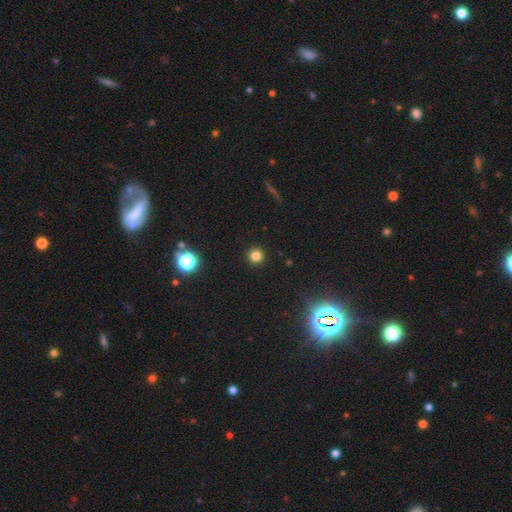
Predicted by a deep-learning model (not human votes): This is clearly a smooth galaxy (80%). How rounded: clearly round (95%). Merging: clearly none (93%).